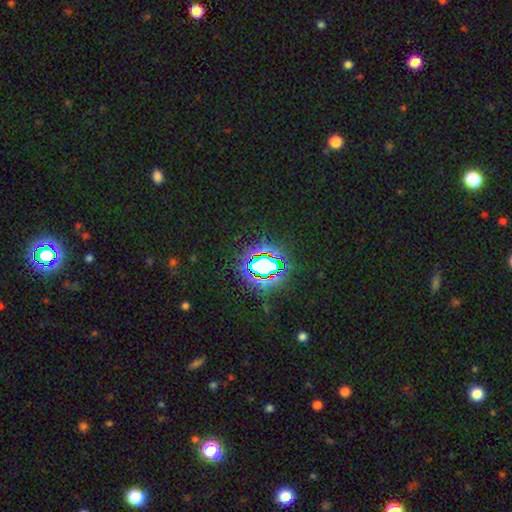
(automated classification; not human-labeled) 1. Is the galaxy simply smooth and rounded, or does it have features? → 78% star or artifact, 14% smooth, 8% featured or disk.